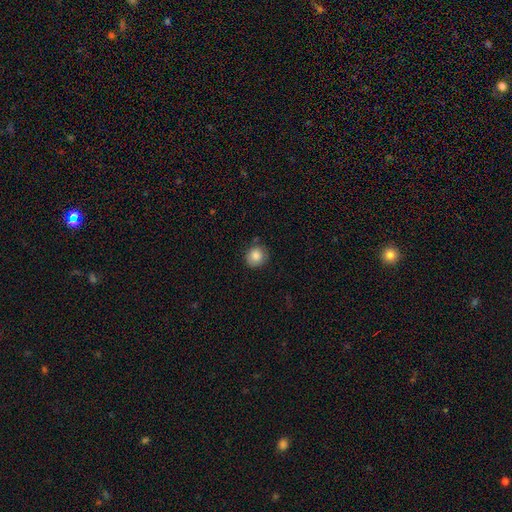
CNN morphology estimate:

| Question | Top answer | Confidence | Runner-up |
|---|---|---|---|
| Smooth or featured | smooth | 86% | star or artifact (9%) |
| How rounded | round | 88% | in between (11%) |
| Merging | none | 82% | minor disturbance (13%) |